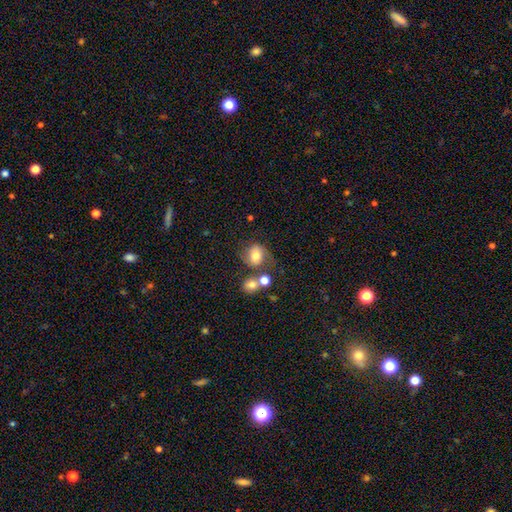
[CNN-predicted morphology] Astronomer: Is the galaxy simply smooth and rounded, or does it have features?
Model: smooth — 63%.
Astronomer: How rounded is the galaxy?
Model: round — 67%.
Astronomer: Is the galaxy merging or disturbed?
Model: none — 47%.